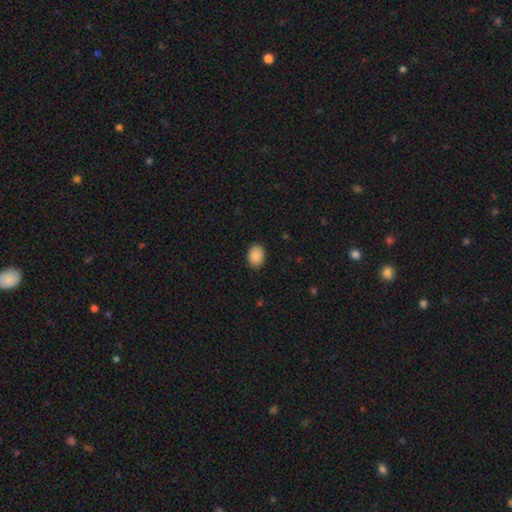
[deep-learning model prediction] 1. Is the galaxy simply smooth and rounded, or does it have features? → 89% smooth, 8% star or artifact, 3% featured or disk.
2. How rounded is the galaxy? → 74% in between, 25% round, 1% cigar-shaped.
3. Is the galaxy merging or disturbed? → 89% none, 8% minor disturbance, 2% major disturbance, 1% merger.